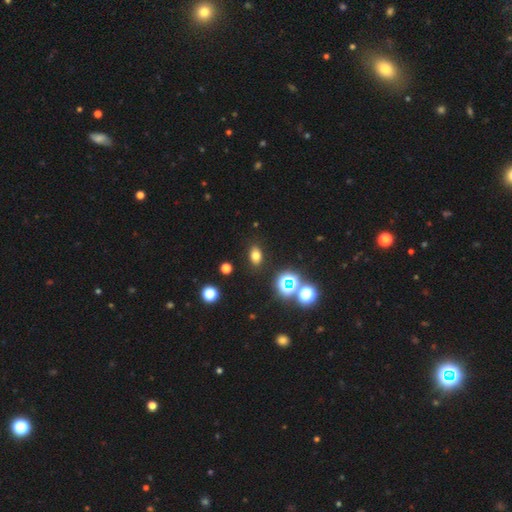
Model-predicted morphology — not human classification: smooth_or_featured: smooth (p=0.72) [alt: star or artifact p=0.20]
how_rounded: in between (p=0.78) [alt: round p=0.20]
merging: none (p=0.87) [alt: minor disturbance p=0.08]